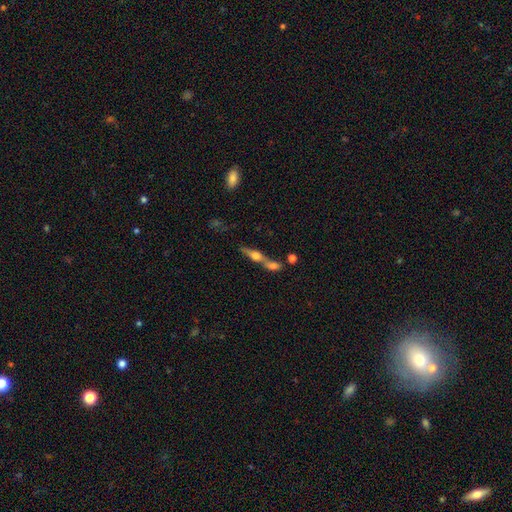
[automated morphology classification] smooth_or_featured: featured or disk (p=0.57) [alt: smooth p=0.32]
disk_edge_on: yes (p=0.83) [alt: no p=0.17]
merging: merger (p=0.55) [alt: none p=0.33]